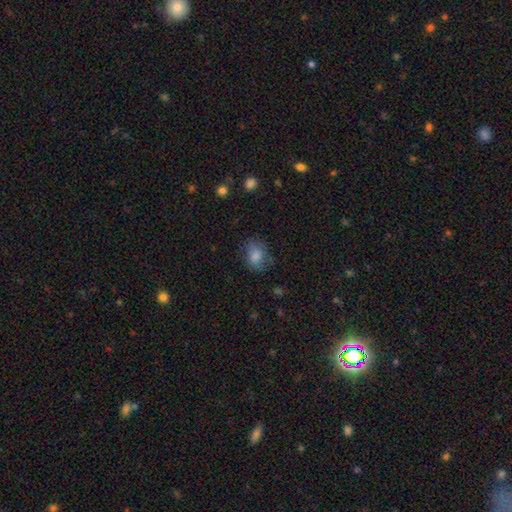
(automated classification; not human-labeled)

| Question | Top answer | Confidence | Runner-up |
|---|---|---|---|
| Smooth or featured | smooth | 82% | star or artifact (9%) |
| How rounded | in between | 58% | round (40%) |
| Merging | none | 66% | minor disturbance (23%) |